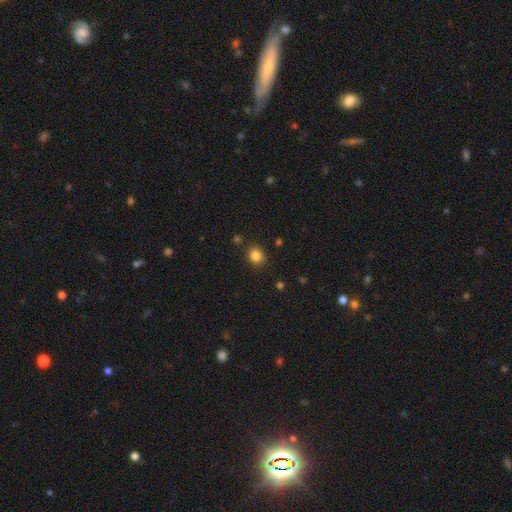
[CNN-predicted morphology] Overall: smooth (83%). How rounded: round (66%; in between 33%). Merging: none (82%).